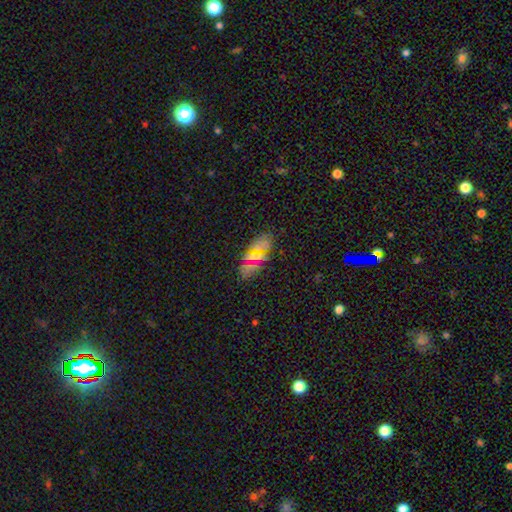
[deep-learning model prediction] A smooth galaxy with no disk features (60%) that is in between round and cigar-shaped (84%). Merging: none (79%).